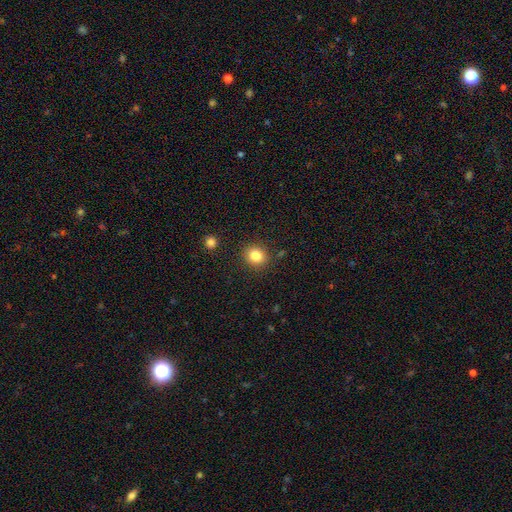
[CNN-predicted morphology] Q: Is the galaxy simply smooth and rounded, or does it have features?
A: smooth — 83%.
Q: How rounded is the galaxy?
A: round — 78%.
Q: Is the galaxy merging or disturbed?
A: none — 87%.